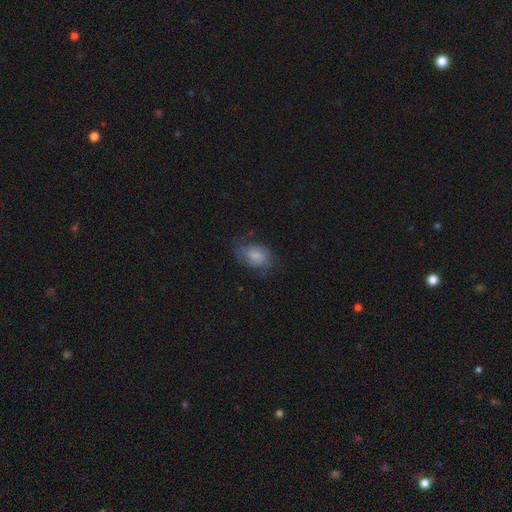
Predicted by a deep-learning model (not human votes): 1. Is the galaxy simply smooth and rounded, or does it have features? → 61% smooth, 31% featured or disk, 9% star or artifact.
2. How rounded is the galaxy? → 81% in between, 18% round, 1% cigar-shaped.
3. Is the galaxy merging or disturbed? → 57% none, 27% minor disturbance, 15% major disturbance, 2% merger.